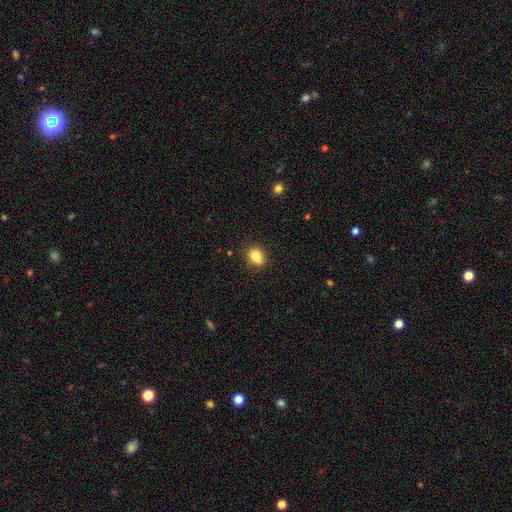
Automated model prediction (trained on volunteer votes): Q: Smooth or featured?
A: smooth (79%); runner-up: featured or disk (11%)
Q: How rounded?
A: round (51%); runner-up: in between (47%)
Q: Merging?
A: none (65%); runner-up: minor disturbance (18%)